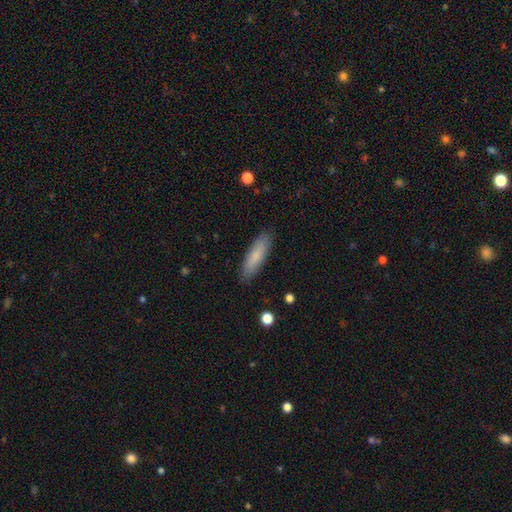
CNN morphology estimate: The model was most divided on "how rounded": cigar-shaped: 65%, in between: 33%, round: 1%. More confident: merging — none (88%); smooth or featured — smooth (81%).